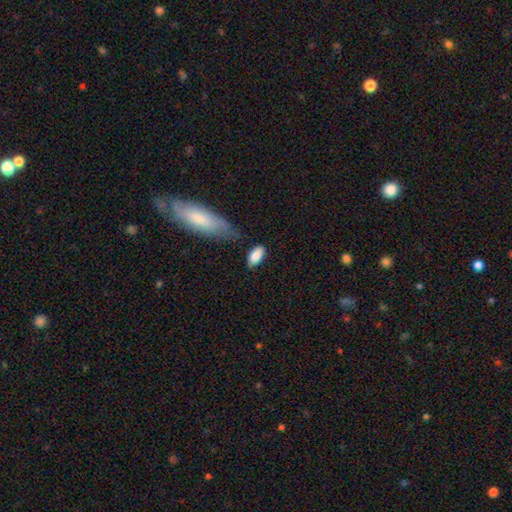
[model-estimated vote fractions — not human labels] The model was most divided on "merging": none: 66%, minor disturbance: 22%, major disturbance: 6%, merger: 5%. More confident: how rounded — in between (92%); smooth or featured — smooth (85%).